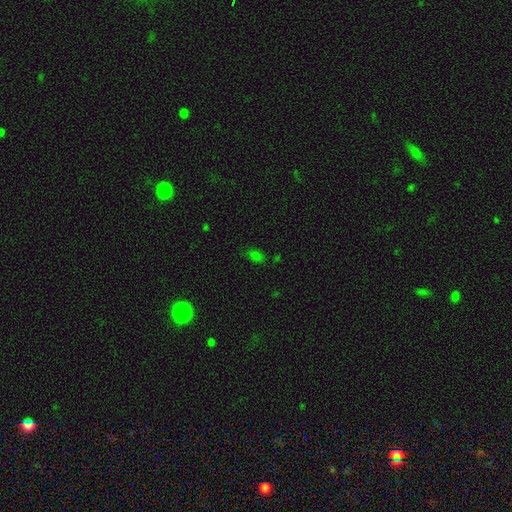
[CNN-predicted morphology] Smooth or featured? Predicted: smooth (p=0.70). How rounded? Predicted: in between (p=0.84). Merging? Predicted: none (p=0.74).